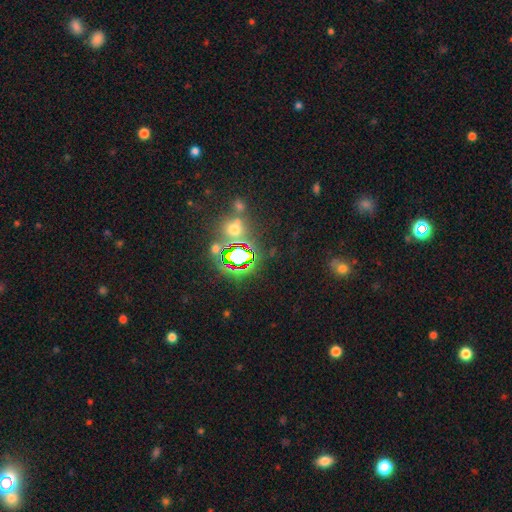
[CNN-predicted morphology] Smooth or featured?
  - star or artifact: 78% *
  - smooth: 14%
  - featured or disk: 8%